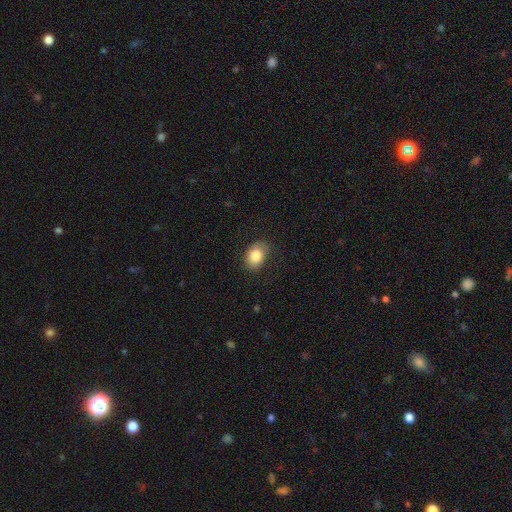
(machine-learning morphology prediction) Smooth or featured? smooth (83%)
How rounded? in between (71%)
Merging? none (84%)